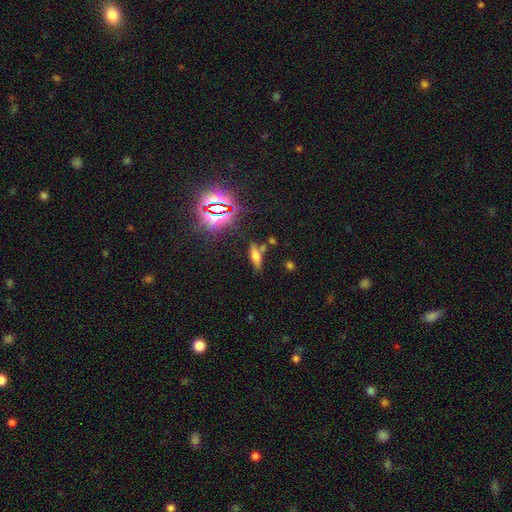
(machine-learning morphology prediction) Overall: smooth (50%; featured or disk 25%). How rounded: cigar-shaped (50%; in between 45%). Merging: none (68%).